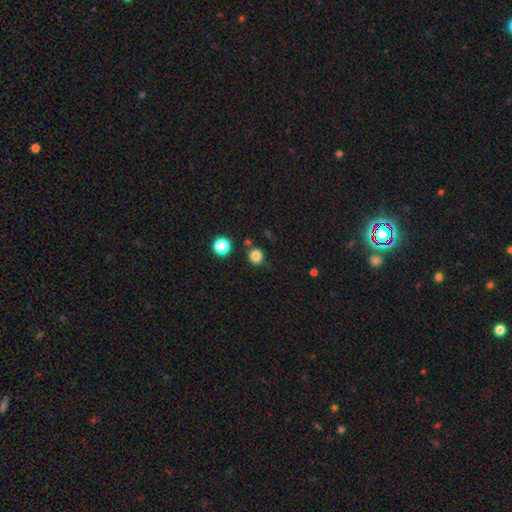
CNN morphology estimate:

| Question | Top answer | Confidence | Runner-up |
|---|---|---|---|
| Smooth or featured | smooth | 83% | star or artifact (13%) |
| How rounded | round | 89% | in between (10%) |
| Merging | none | 81% | minor disturbance (11%) |